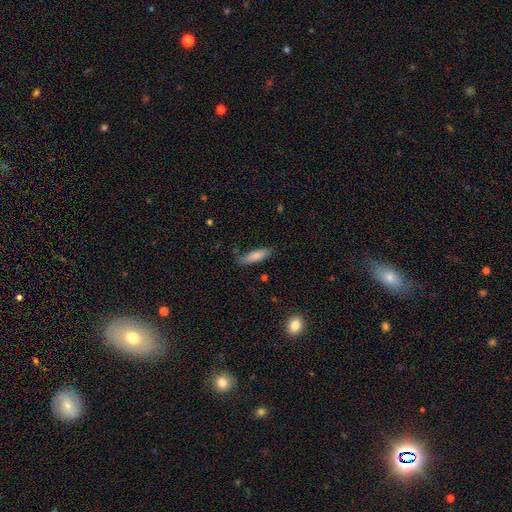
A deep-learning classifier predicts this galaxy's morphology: Smooth or featured? smooth (82%)
How rounded? cigar-shaped (60%)
Merging? none (81%)